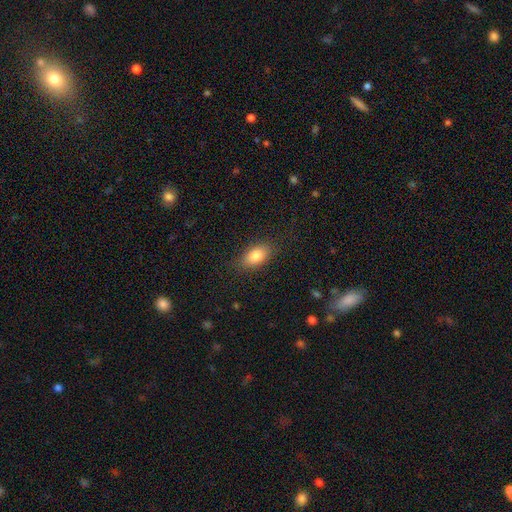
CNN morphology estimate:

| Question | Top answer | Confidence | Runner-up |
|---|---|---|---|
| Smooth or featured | smooth | 81% | featured or disk (11%) |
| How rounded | in between | 88% | round (8%) |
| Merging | none | 85% | minor disturbance (11%) |